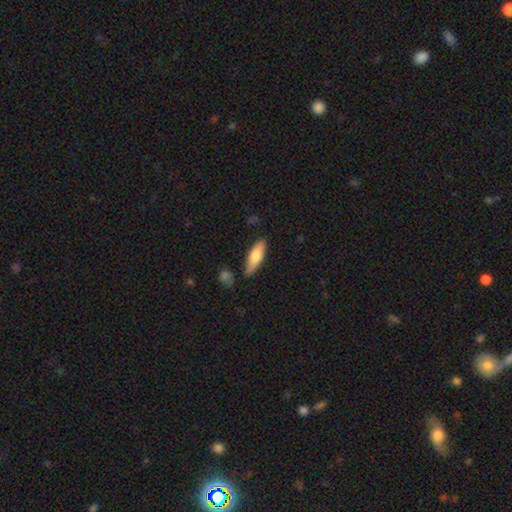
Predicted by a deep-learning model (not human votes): Smooth or featured? smooth (73%)
How rounded? in between (52%)
Merging? none (81%)